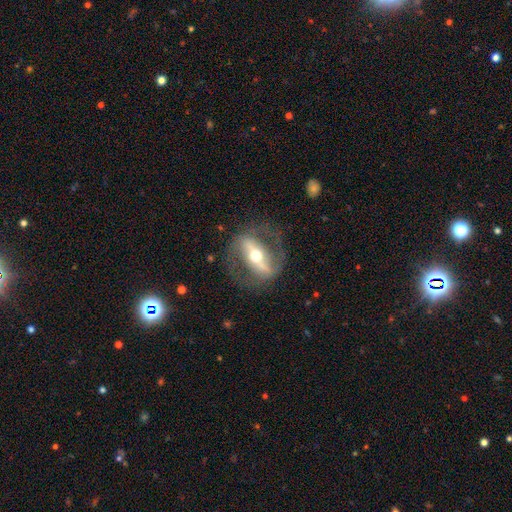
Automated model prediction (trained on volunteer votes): Smooth or featured? Predicted: featured or disk (p=0.82). Edge-on disk? Predicted: no (p=0.79). Bar? Predicted: strong (p=0.73). Spiral arms? Predicted: yes (p=0.68). Bulge size? Predicted: moderate (p=0.68). Merging? Predicted: none (p=0.74).